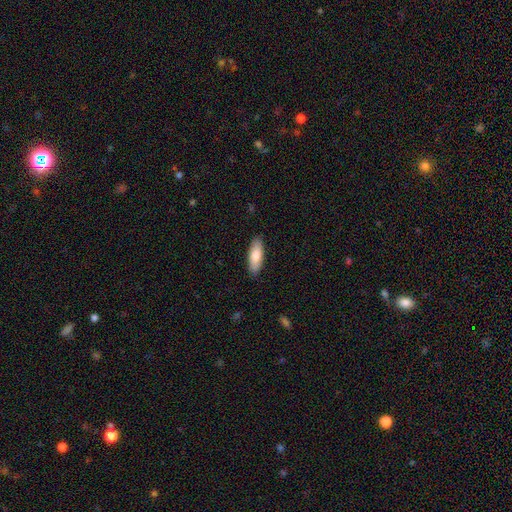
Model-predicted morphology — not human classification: Smooth or featured?
  - smooth: 81% *
  - featured or disk: 13%
  - star or artifact: 5%
How rounded?
  - in between: 65% *
  - cigar-shaped: 33%
  - round: 2%
Merging?
  - none: 88% *
  - minor disturbance: 9%
  - major disturbance: 2%
  - merger: 1%